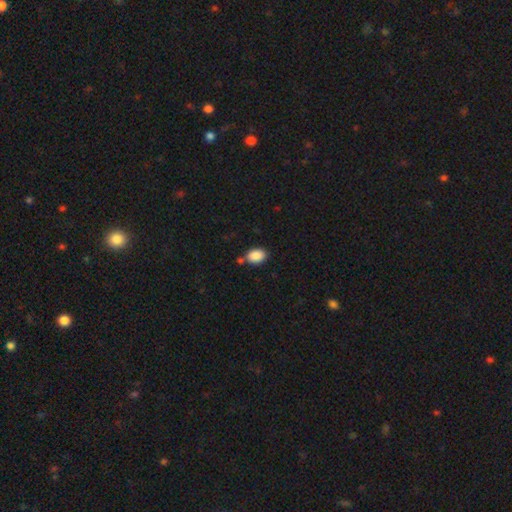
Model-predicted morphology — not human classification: Smooth or featured: smooth — 88% (star or artifact — 8%)
How rounded: in between — 81% (round — 18%)
Merging: none — 70% (minor disturbance — 14%)